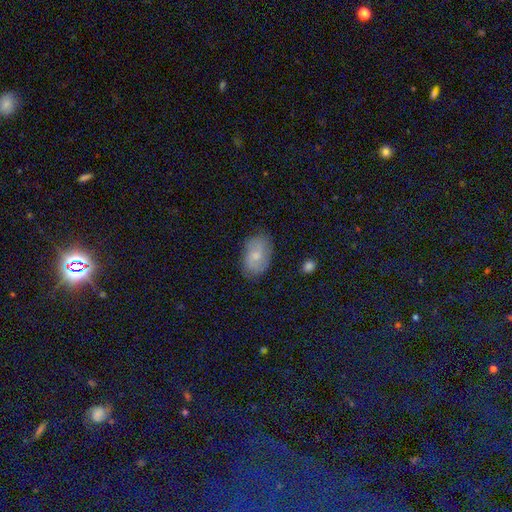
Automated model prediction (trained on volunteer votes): smooth 60%, featured or disk 32%, star or artifact 8%. Down the decision tree: how rounded — in between (88%); merging — none (75%).